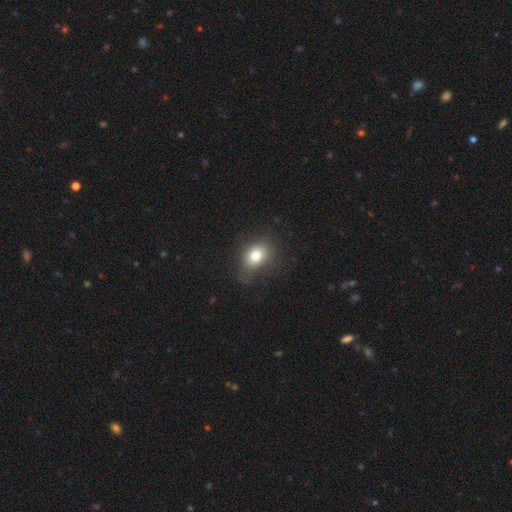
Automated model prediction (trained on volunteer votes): A smooth galaxy with no disk features (78%) that is in between round and cigar-shaped (60%). Merging: none (67%).